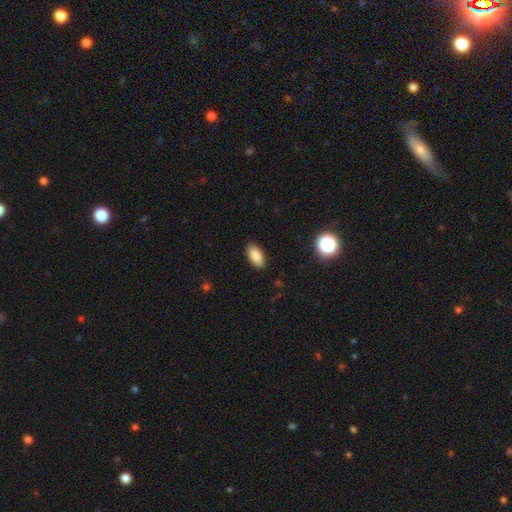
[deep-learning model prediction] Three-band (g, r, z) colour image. It shows a smooth galaxy with no disk features (87%) that is in between round and cigar-shaped (92%). Merging: none (88%).